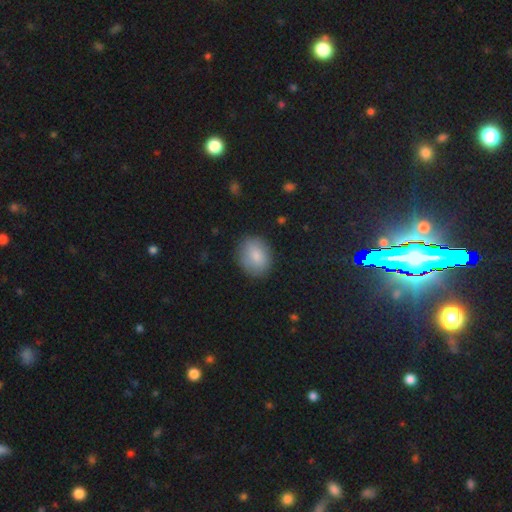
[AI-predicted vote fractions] Smooth or featured: smooth — 80% (featured or disk — 13%)
How rounded: round — 51% (in between — 47%)
Merging: none — 83% (minor disturbance — 12%)